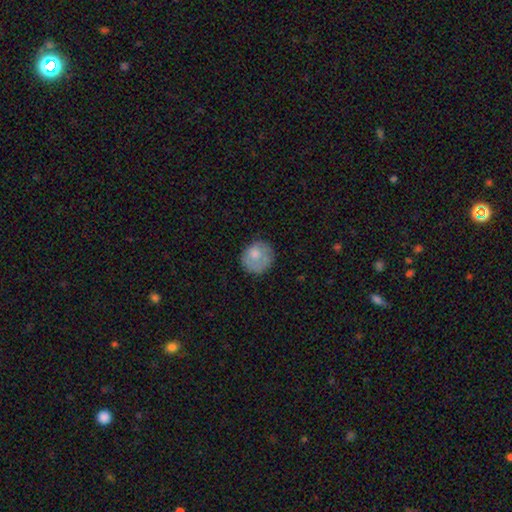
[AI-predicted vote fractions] smooth 74%, featured or disk 19%, star or artifact 7%. Down the decision tree: how rounded — round (84%); merging — none (69%).